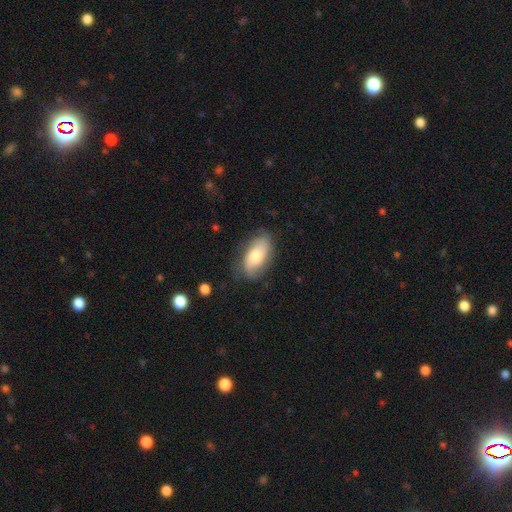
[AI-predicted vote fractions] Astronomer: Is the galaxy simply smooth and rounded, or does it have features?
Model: smooth — 58% (runner-up: featured or disk, 36%).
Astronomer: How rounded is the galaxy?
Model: in between — 91%.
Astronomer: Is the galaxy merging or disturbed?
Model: none — 70%.